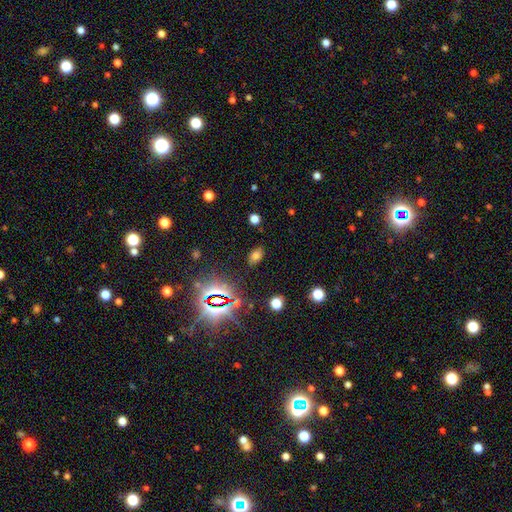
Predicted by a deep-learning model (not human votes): This is likely a smooth galaxy (64%). How rounded: clearly in between (87%). Merging: clearly none (82%).